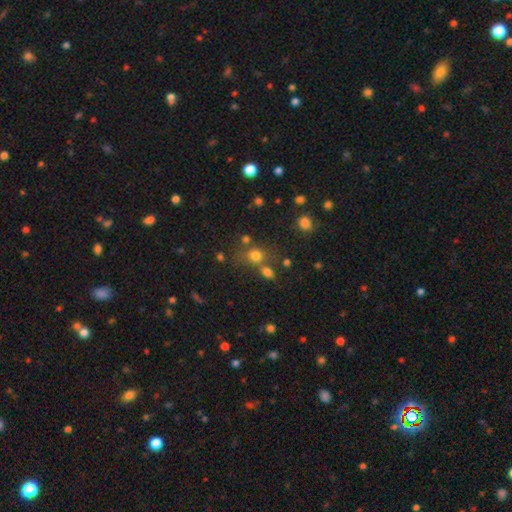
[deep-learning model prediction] A smooth galaxy with no disk features (71%) that is round (74%).

Vote fractions:
- Smooth or featured? smooth: 71% / star or artifact: 20% / featured or disk: 9%
- How rounded? round: 74% / in between: 24% / cigar-shaped: 1%
- Merging? none: 55% / merger: 27% / minor disturbance: 11% / major disturbance: 6%